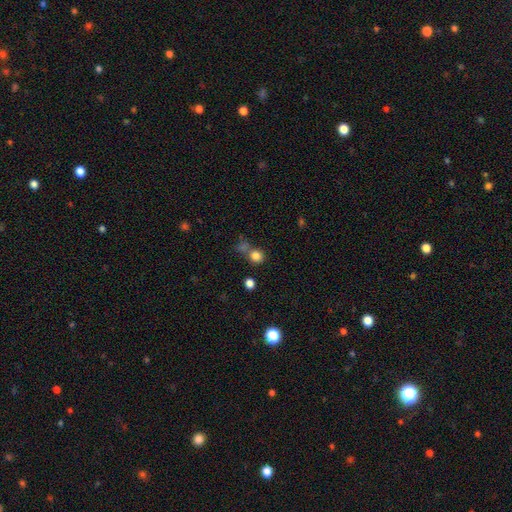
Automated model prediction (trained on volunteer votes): The model was most divided on "merging": none: 59%, merger: 26%, minor disturbance: 10%, major disturbance: 5%. More confident: how rounded — round (88%); smooth or featured — smooth (79%).